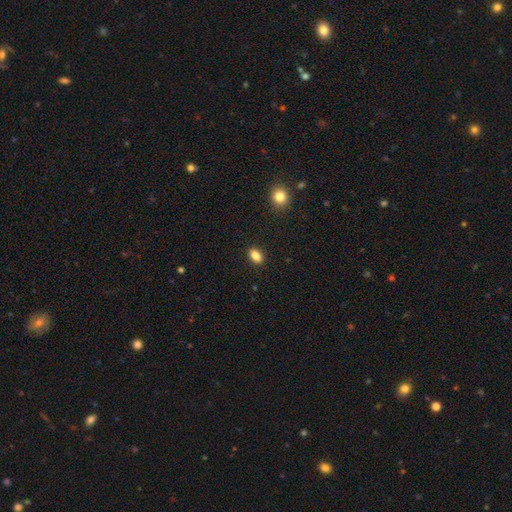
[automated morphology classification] Overall: smooth (86%). How rounded: in between (83%). Merging: none (89%).